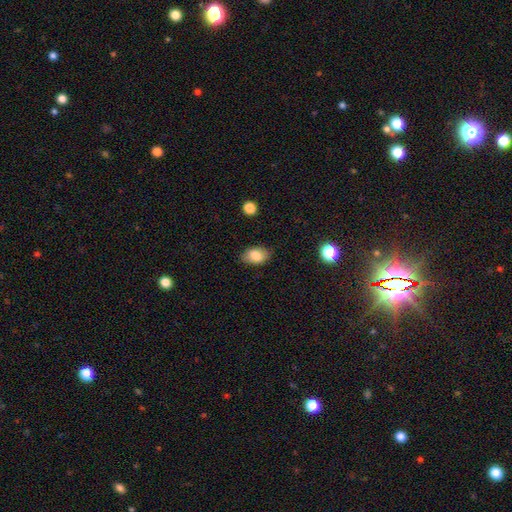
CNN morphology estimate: A smooth galaxy with no disk features (82%) that is in between round and cigar-shaped (88%).

Vote fractions:
- Smooth or featured? smooth: 82% / featured or disk: 9% / star or artifact: 8%
- How rounded? in between: 88% / round: 11% / cigar-shaped: 1%
- Merging? none: 85% / minor disturbance: 12% / major disturbance: 3% / merger: 1%